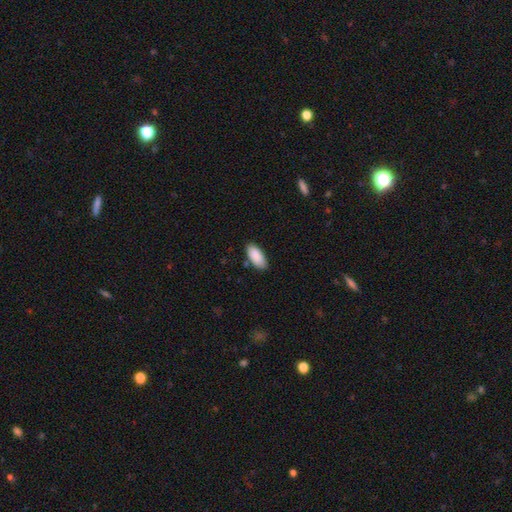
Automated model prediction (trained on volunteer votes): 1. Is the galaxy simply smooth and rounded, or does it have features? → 90% smooth, 6% star or artifact, 4% featured or disk.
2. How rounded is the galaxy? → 90% in between, 8% cigar-shaped, 2% round.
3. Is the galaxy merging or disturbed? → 82% none, 14% minor disturbance, 2% major disturbance, 2% merger.